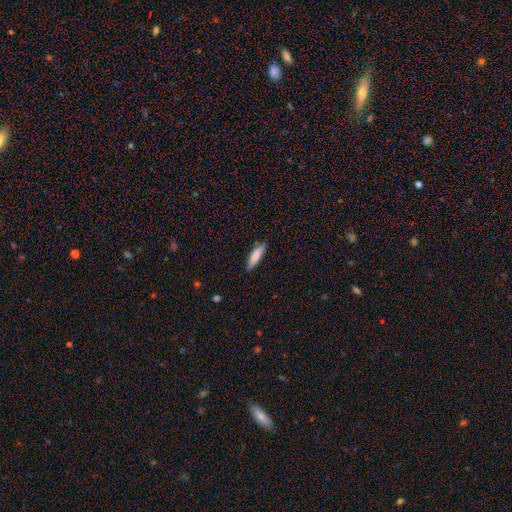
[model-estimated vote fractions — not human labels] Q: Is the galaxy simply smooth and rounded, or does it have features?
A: smooth — 82%.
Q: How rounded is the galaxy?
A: cigar-shaped — 77%.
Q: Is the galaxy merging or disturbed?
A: none — 83%.